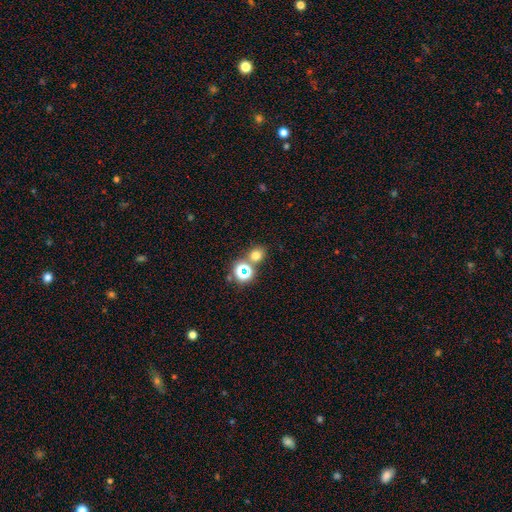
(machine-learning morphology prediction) Smooth or featured? smooth (66%)
How rounded? round (71%)
Merging? none (70%)